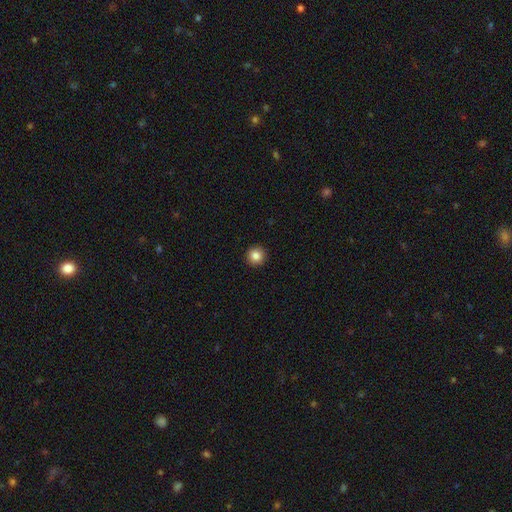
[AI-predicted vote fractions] smooth_or_featured: smooth (p=0.85) [alt: star or artifact p=0.10]
how_rounded: round (p=0.95) [alt: in between p=0.04]
merging: none (p=0.94) [alt: minor disturbance p=0.04]